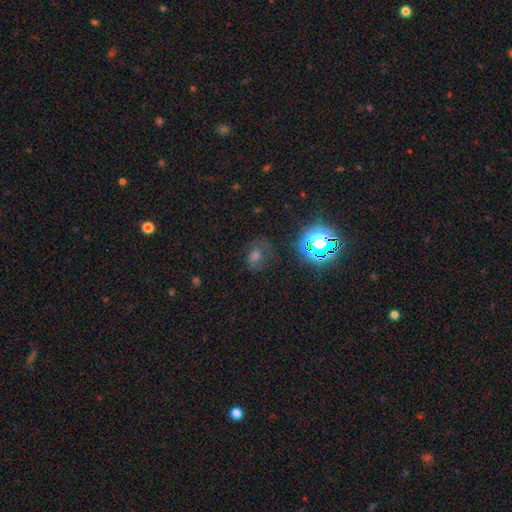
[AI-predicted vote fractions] Morphology: type=smooth (42%); merging=none (66%).